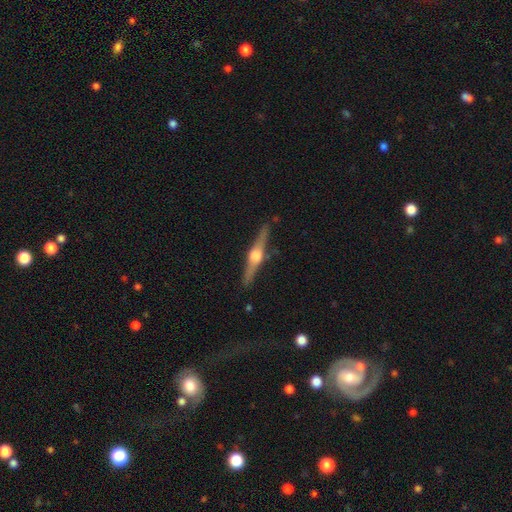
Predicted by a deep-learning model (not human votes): smooth_or_featured: featured or disk (p=0.81) [alt: smooth p=0.13]
disk_edge_on: yes (p=0.98) [alt: no p=0.02]
edge_on_bulge: rounded (p=0.92) [alt: boxy p=0.06]
merging: none (p=0.88) [alt: minor disturbance p=0.09]